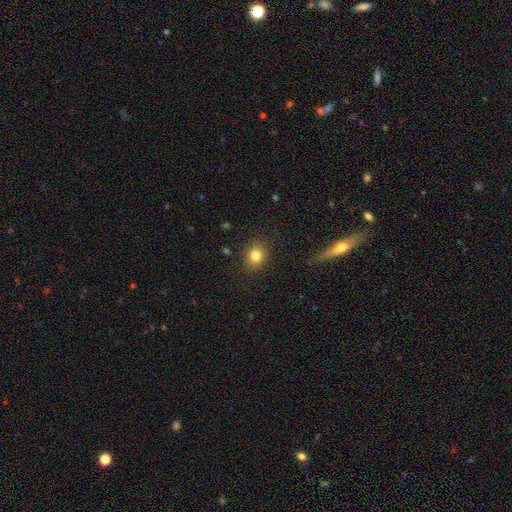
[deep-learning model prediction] Smooth or featured?
  - smooth: 81% *
  - star or artifact: 11%
  - featured or disk: 8%
How rounded?
  - round: 58% *
  - in between: 41%
  - cigar-shaped: 1%
Merging?
  - none: 87% *
  - minor disturbance: 9%
  - major disturbance: 3%
  - merger: 1%